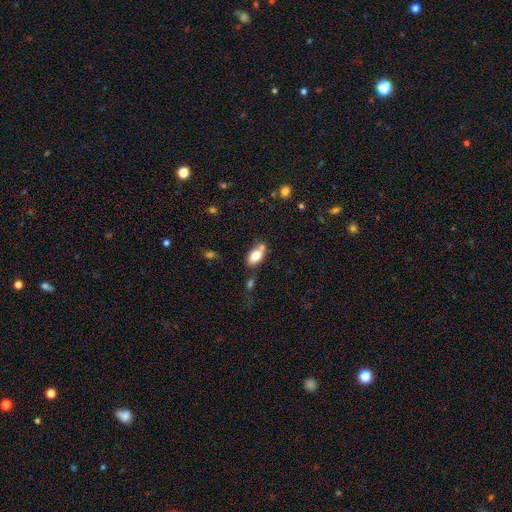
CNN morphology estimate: Q: Smooth or featured?
A: smooth (77%); runner-up: featured or disk (16%)
Q: How rounded?
A: in between (89%); runner-up: cigar-shaped (6%)
Q: Merging?
A: none (56%); runner-up: merger (21%)